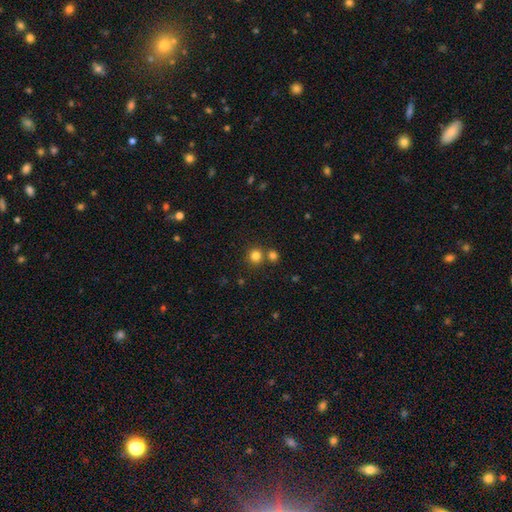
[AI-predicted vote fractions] A smooth galaxy with no disk features (80%) that is round (93%). Merging: none (72%).